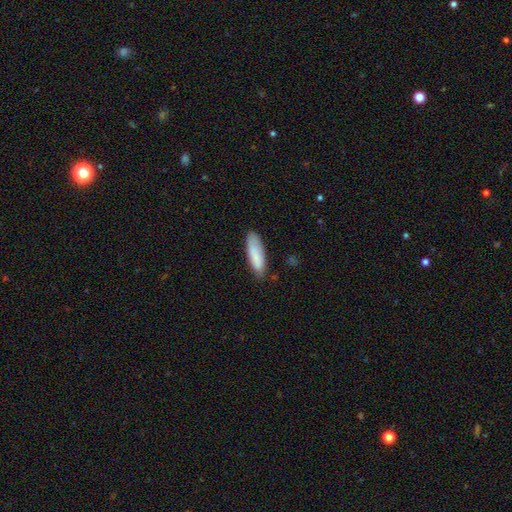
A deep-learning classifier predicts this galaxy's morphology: Smooth or featured? smooth (84%)
How rounded? cigar-shaped (50%)
Merging? none (77%)